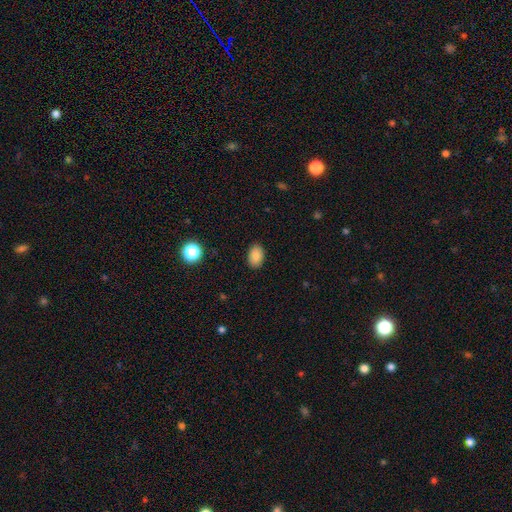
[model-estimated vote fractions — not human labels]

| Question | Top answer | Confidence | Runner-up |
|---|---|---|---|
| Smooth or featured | smooth | 84% | star or artifact (9%) |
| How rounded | in between | 86% | round (13%) |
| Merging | none | 88% | minor disturbance (9%) |